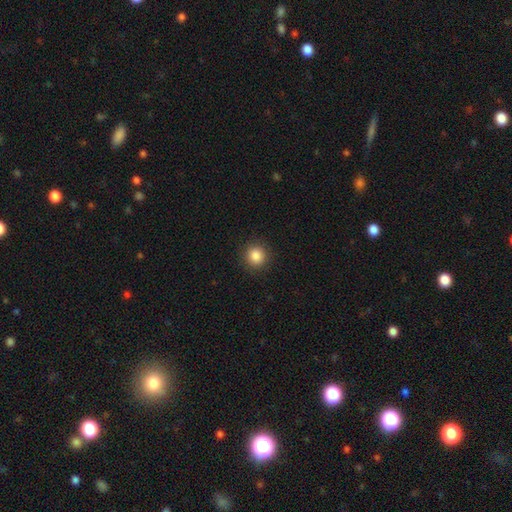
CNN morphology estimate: Smooth or featured?
  - smooth: 86% *
  - star or artifact: 10%
  - featured or disk: 4%
How rounded?
  - round: 92% *
  - in between: 7%
  - cigar-shaped: 1%
Merging?
  - none: 92% *
  - minor disturbance: 5%
  - major disturbance: 2%
  - merger: 1%